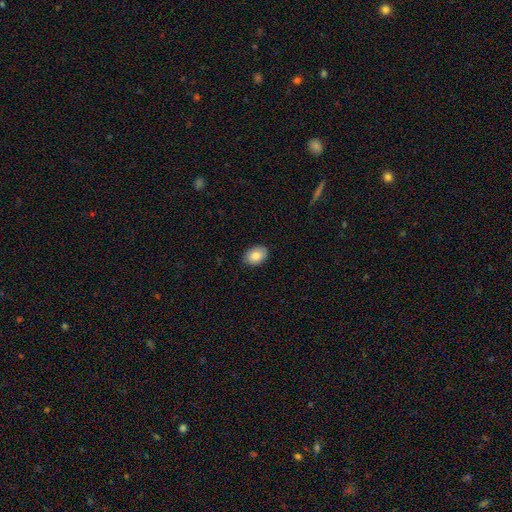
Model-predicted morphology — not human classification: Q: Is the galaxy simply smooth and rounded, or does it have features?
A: smooth — 85%.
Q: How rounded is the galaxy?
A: in between — 82%.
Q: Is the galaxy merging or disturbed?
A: none — 87%.